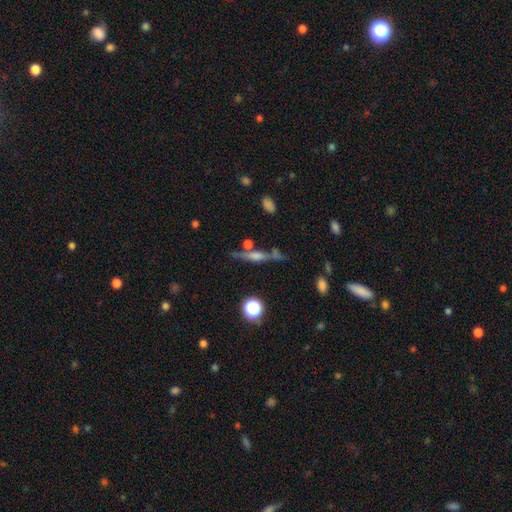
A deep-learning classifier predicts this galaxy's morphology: Smooth or featured: featured or disk — 62% (smooth — 26%)
Edge-on disk: yes — 93% (no — 7%)
Edge-on bulge: rounded — 64% (boxy — 21%)
Merging: none — 74% (minor disturbance — 13%)